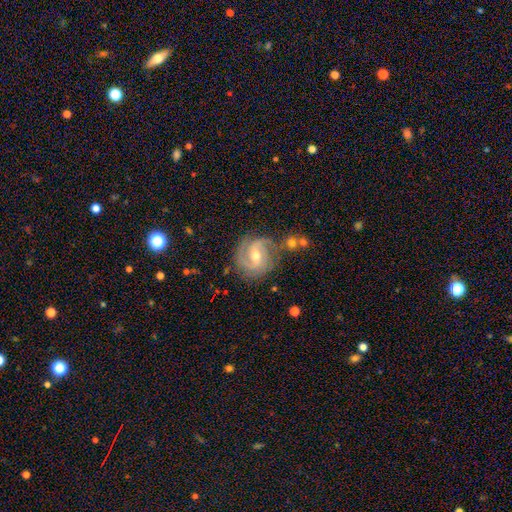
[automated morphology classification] Smooth or featured? Predicted: featured or disk (p=0.88). Edge-on disk? Predicted: no (p=0.98). Bar? Predicted: weak (p=0.51). Spiral arms? Predicted: yes (p=0.97). Spiral winding? Predicted: medium (p=0.47). Spiral arm count? Predicted: 2 (p=0.61). Bulge size? Predicted: moderate (p=0.58). Merging? Predicted: none (p=0.74).